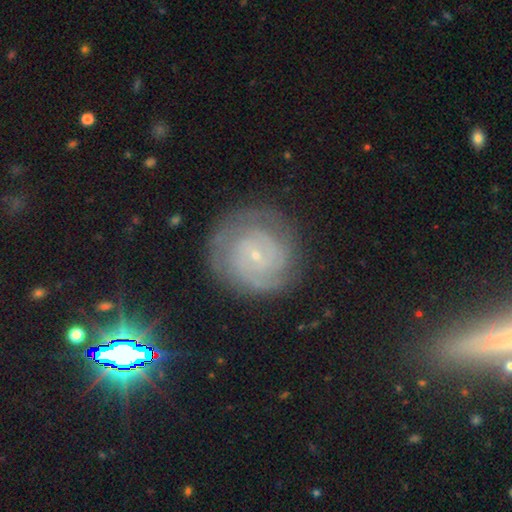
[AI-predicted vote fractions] A featured or disk galaxy (78%) with no bar (74%), tight (76%) spiral arms (93%) and a small central bulge (87%). Merging: none (79%).